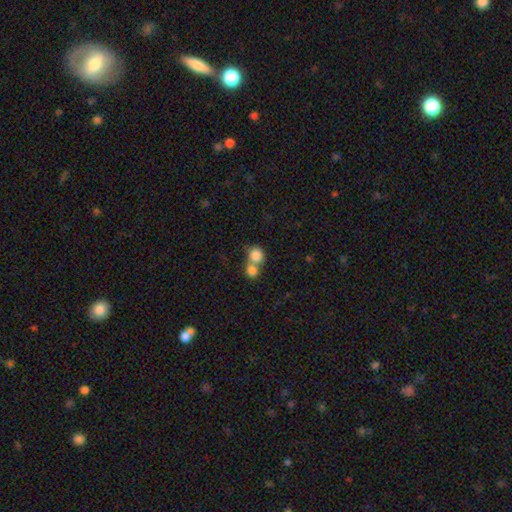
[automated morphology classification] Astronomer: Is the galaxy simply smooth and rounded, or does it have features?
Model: smooth — 82%.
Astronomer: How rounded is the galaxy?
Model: round — 80%.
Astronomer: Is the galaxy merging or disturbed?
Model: merger — 60%.